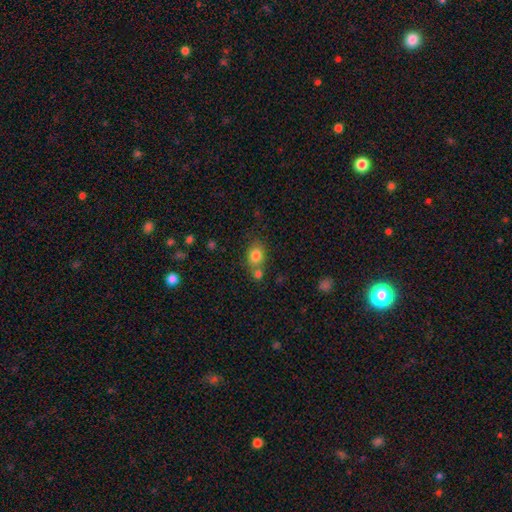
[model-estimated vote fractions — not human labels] The model was most divided on "how rounded": in between: 52%, round: 46%, cigar-shaped: 1%. More confident: smooth or featured — smooth (81%); merging — none (54%).